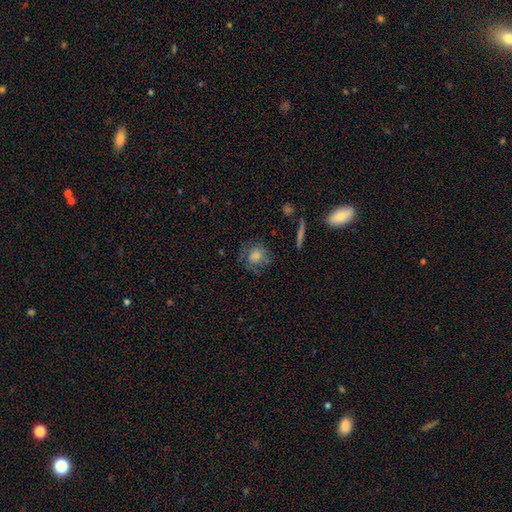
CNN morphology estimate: smooth 66%, featured or disk 24%, star or artifact 10%. Down the decision tree: how rounded — round (79%); merging — none (61%).